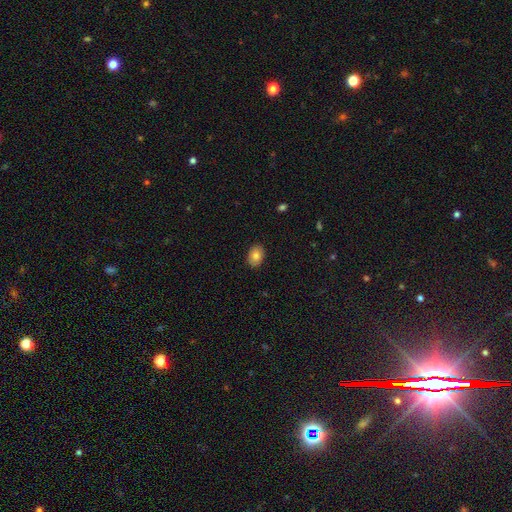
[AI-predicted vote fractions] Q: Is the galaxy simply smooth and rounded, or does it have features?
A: smooth — 83%.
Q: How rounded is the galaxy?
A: in between — 83%.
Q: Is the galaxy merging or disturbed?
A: none — 88%.